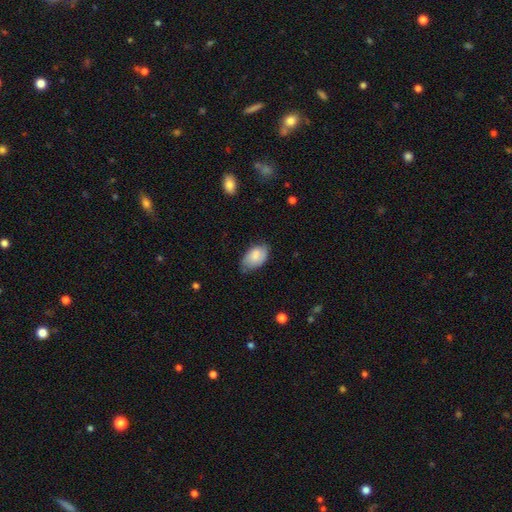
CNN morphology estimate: smooth_or_featured: smooth (p=0.80) [alt: featured or disk p=0.14]
how_rounded: in between (p=0.94) [alt: round p=0.05]
merging: none (p=0.63) [alt: minor disturbance p=0.31]